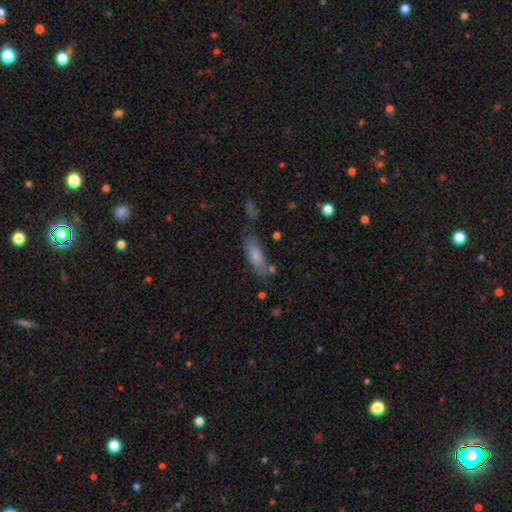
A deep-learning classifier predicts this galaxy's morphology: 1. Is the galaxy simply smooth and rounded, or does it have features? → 76% smooth, 16% featured or disk, 8% star or artifact.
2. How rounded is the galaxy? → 60% in between, 38% cigar-shaped, 2% round.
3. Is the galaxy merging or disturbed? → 56% none, 23% minor disturbance, 12% merger, 9% major disturbance.